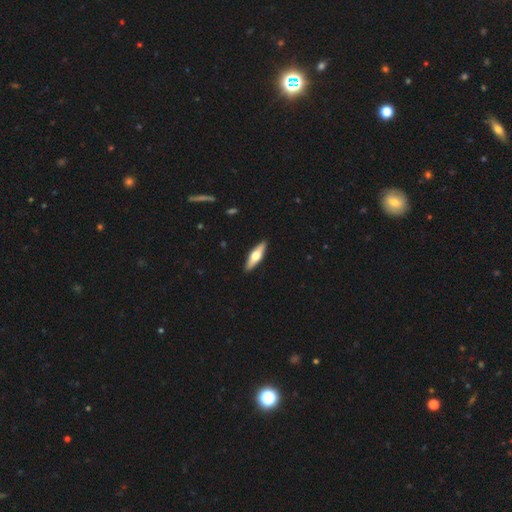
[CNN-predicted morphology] A featured or disk galaxy (51%) viewed edge-on (92%).

Vote fractions:
- Smooth or featured? featured or disk: 51% / smooth: 44% / star or artifact: 5%
- Edge-on disk? yes: 92% / no: 8%
- Merging? none: 91% / minor disturbance: 6% / major disturbance: 1% / merger: 1%